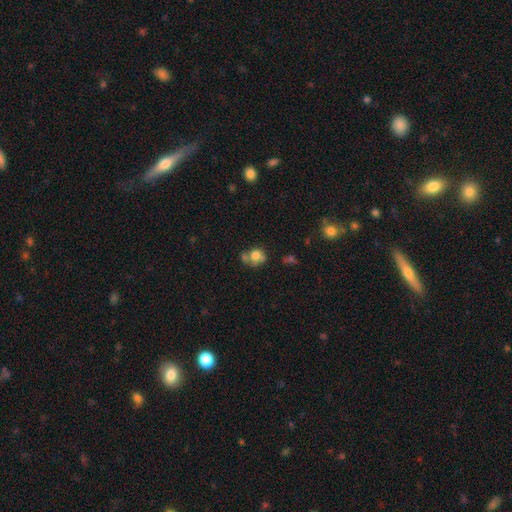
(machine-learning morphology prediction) Smooth or featured? smooth (70%)
How rounded? round (68%)
Merging? none (40%)